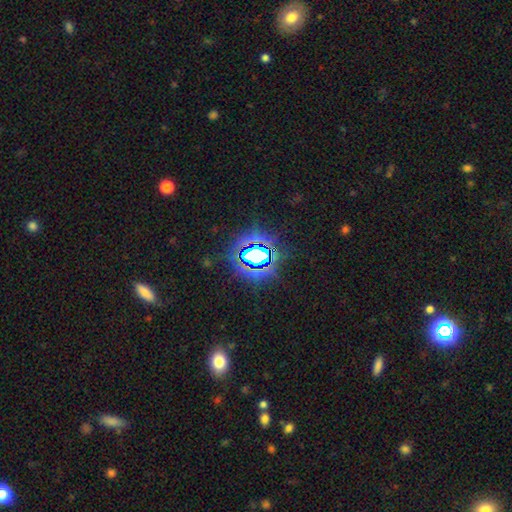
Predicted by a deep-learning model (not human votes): This appears to be a star or artifact, not a galaxy (74%).